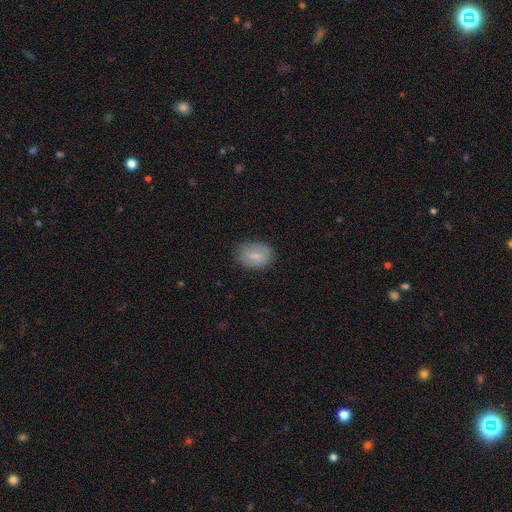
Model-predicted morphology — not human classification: Overall: smooth (75%). How rounded: in between (81%). Merging: none (76%).